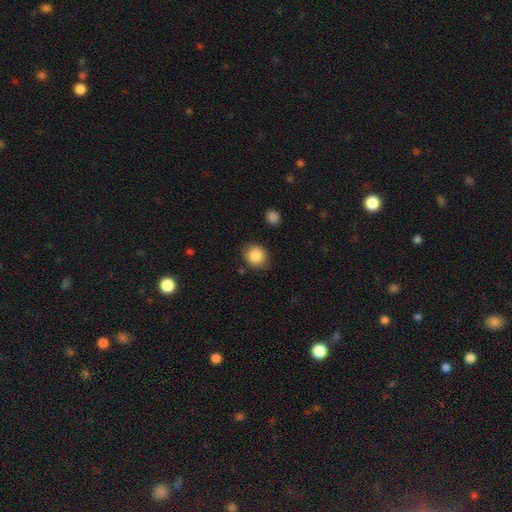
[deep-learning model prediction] Smooth or featured: smooth — 87% (star or artifact — 9%)
How rounded: round — 77% (in between — 22%)
Merging: none — 84% (minor disturbance — 11%)